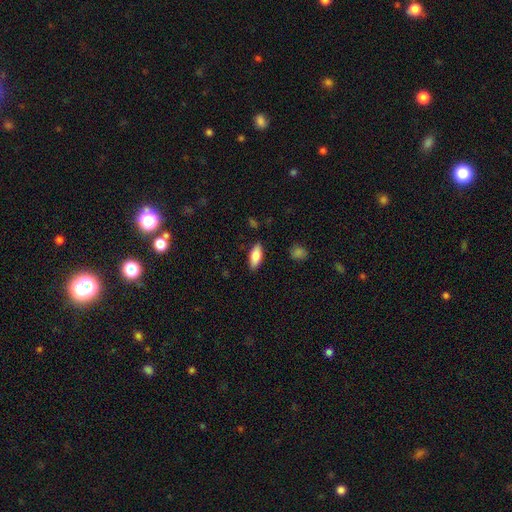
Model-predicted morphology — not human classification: smooth-or-featured: smooth: 82% | featured or disk: 12% | star or artifact: 6%
  how-rounded: in between: 81% | cigar-shaped: 17% | round: 2%
  merging: none: 87% | minor disturbance: 10% | major disturbance: 2% | merger: 1%